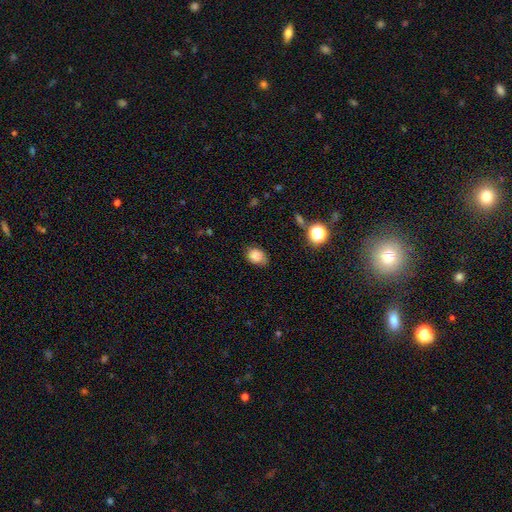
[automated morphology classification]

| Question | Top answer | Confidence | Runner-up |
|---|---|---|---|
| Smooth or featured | smooth | 82% | star or artifact (11%) |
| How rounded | in between | 61% | round (38%) |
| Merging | none | 63% | minor disturbance (28%) |